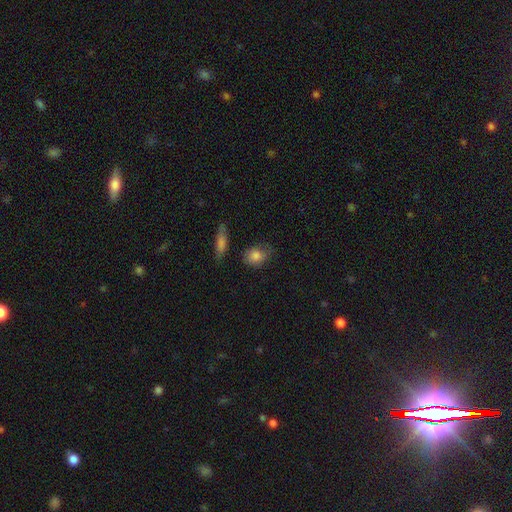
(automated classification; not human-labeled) smooth-or-featured: smooth: 80% | featured or disk: 12% | star or artifact: 8%
  how-rounded: in between: 58% | round: 40% | cigar-shaped: 3%
  merging: none: 59% | minor disturbance: 28% | major disturbance: 9% | merger: 5%